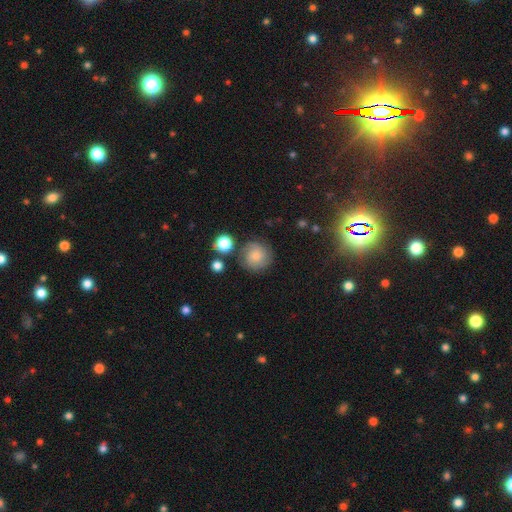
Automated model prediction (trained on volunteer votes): A smooth galaxy with no disk features (63%) that is round (93%). Merging: none (77%).